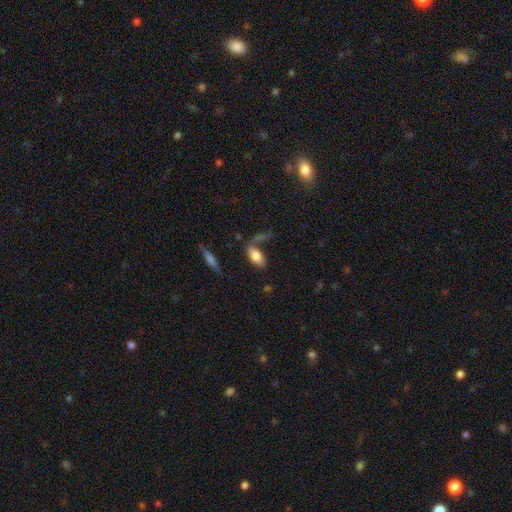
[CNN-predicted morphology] Smooth or featured? Predicted: smooth (p=0.79). How rounded? Predicted: in between (p=0.88). Merging? Predicted: none (p=0.54).